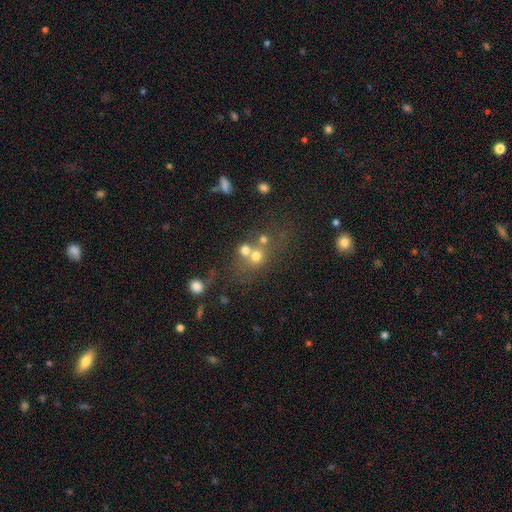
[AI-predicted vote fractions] Smooth or featured: smooth — 62% (star or artifact — 19%)
How rounded: round — 79% (in between — 20%)
Merging: none — 43% (merger — 42%)